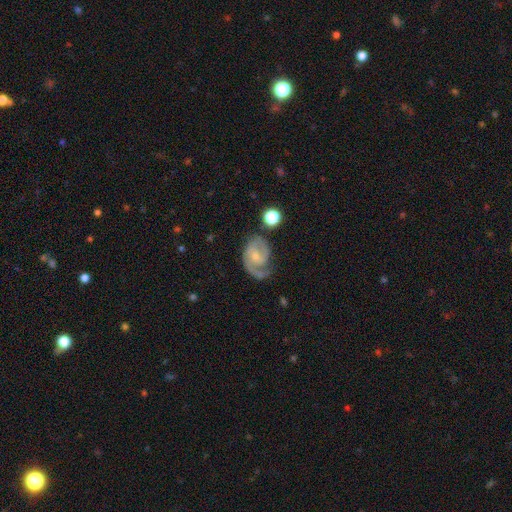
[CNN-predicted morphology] smooth-or-featured: featured or disk: 82% | smooth: 12% | star or artifact: 6%
  disk-edge-on: no: 98% | yes: 2%
    bar: no: 48% | weak: 43% | strong: 9%
    has-spiral-arms: yes: 95% | no: 5%
      spiral-winding: medium: 48% | tight: 36% | loose: 16%
      spiral-arm-count: 2: 65% | 1: 22% | can't tell: 8% | 3: 3% | 4: 1% | more than 4: 1%
    bulge-size: small: 62% | moderate: 27% | none: 9% | large: 2% | dominant: 1%
  merging: none: 56% | minor disturbance: 24% | major disturbance: 17% | merger: 4%